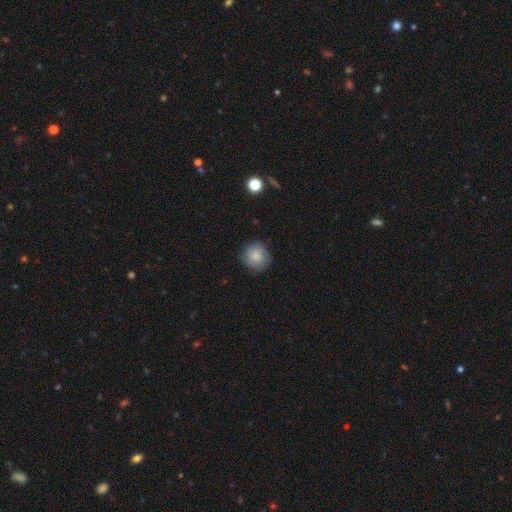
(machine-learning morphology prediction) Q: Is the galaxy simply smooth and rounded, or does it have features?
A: smooth — 83%.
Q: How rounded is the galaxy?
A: round — 91%.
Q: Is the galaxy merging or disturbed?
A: none — 83%.